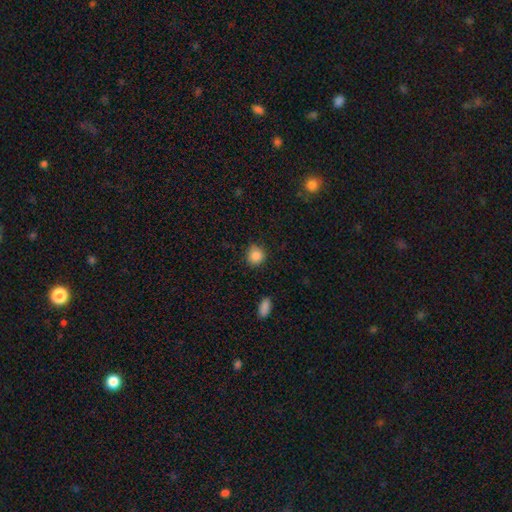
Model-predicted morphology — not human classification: A smooth galaxy with no disk features (87%) that is round (89%).

Vote fractions:
- Smooth or featured? smooth: 87% / star or artifact: 9% / featured or disk: 4%
- How rounded? round: 89% / in between: 10% / cigar-shaped: 1%
- Merging? none: 83% / minor disturbance: 13% / major disturbance: 3% / merger: 2%